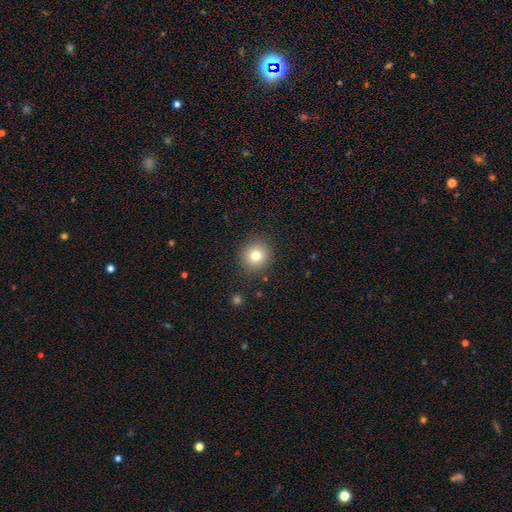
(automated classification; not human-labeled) A smooth galaxy with no disk features (77%) that is round (91%). Merging: none (89%).